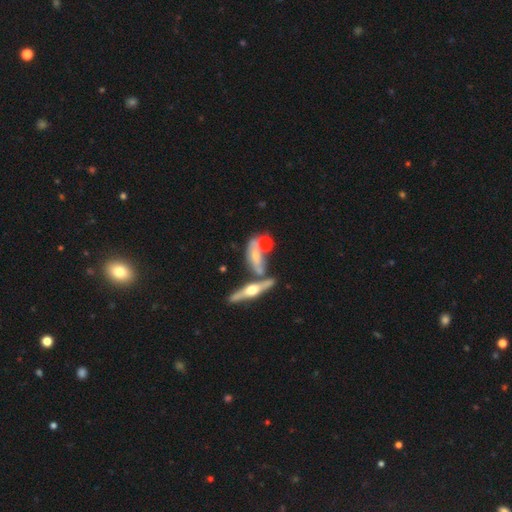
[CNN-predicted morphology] Overall: featured or disk (60%; smooth 32%). Edge-on disk: yes (61%; no 39%). Merging: none (38%, tied with merger).